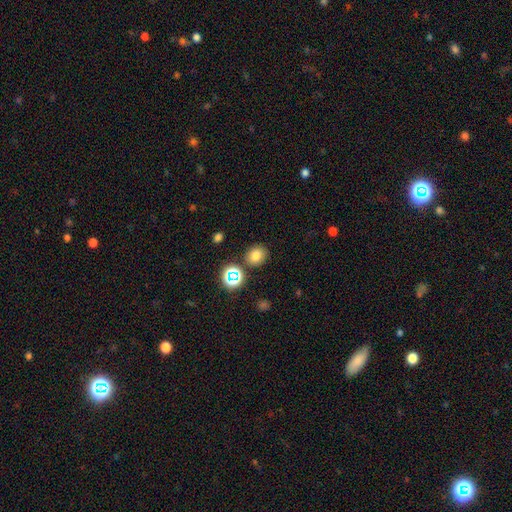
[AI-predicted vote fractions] This is likely a smooth galaxy (75%). How rounded: likely round (77%). Merging: clearly none (84%).